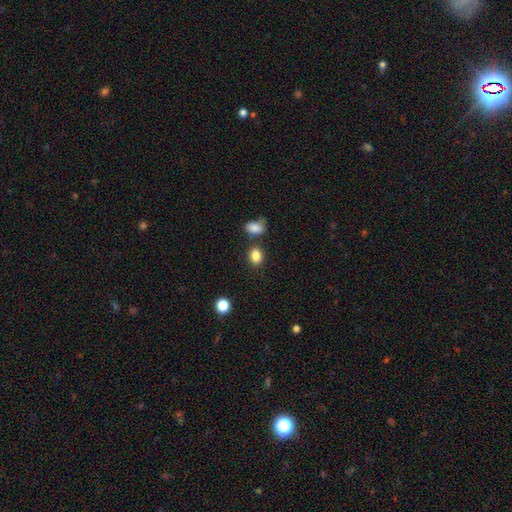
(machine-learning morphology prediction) A smooth galaxy with no disk features (85%) that is in between round and cigar-shaped (65%). Merging: none (73%).